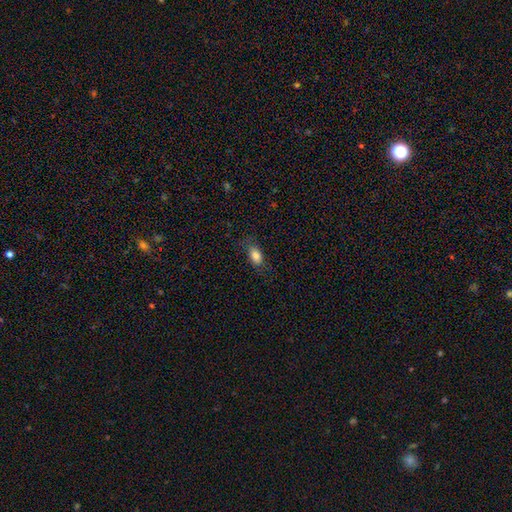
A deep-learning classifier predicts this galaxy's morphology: smooth 83%, star or artifact 9%, featured or disk 8%. Down the decision tree: how rounded — in between (86%); merging — none (76%).